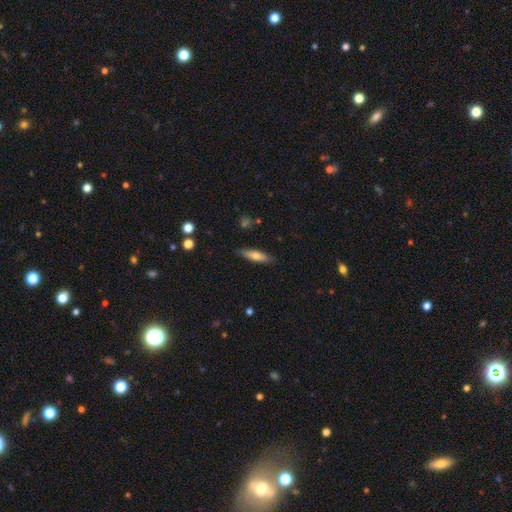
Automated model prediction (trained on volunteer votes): Smooth or featured?
  - smooth: 64% *
  - featured or disk: 29%
  - star or artifact: 7%
How rounded?
  - cigar-shaped: 68% *
  - in between: 29%
  - round: 2%
Merging?
  - none: 86% *
  - minor disturbance: 11%
  - major disturbance: 2%
  - merger: 1%